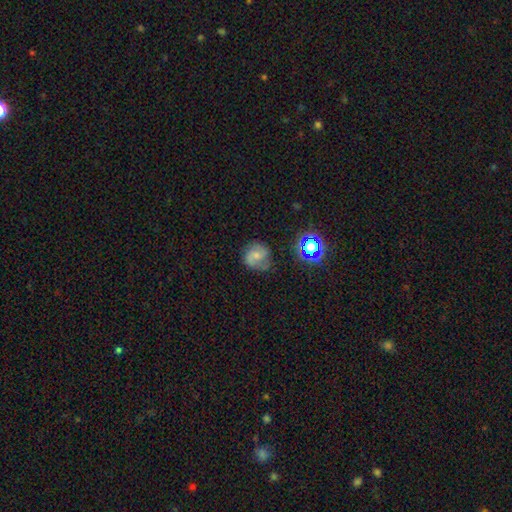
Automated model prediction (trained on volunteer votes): Smooth or featured?
  - featured or disk: 45% *
  - smooth: 41%
  - star or artifact: 14%
Merging?
  - none: 64% *
  - minor disturbance: 24%
  - major disturbance: 10%
  - merger: 2%